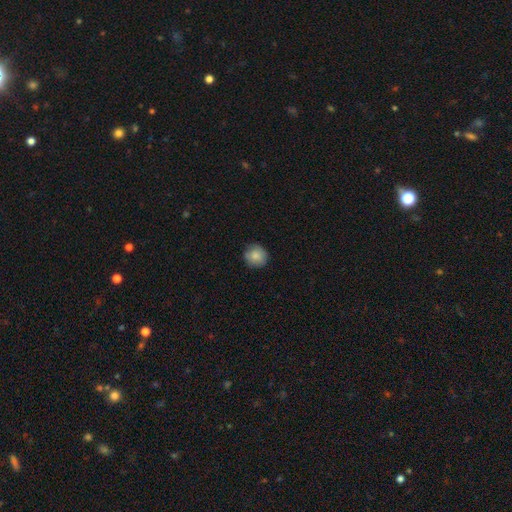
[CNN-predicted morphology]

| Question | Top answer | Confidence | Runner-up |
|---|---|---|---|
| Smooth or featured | smooth | 84% | featured or disk (8%) |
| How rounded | round | 91% | in between (8%) |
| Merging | none | 85% | minor disturbance (12%) |